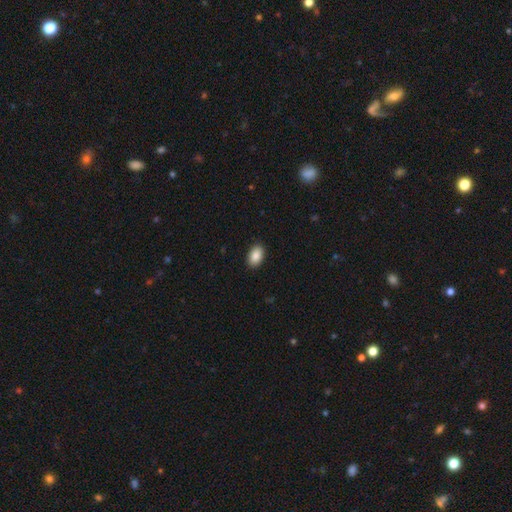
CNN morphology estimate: smooth 89%, star or artifact 7%, featured or disk 4%. Down the decision tree: how rounded — in between (92%); merging — none (90%).